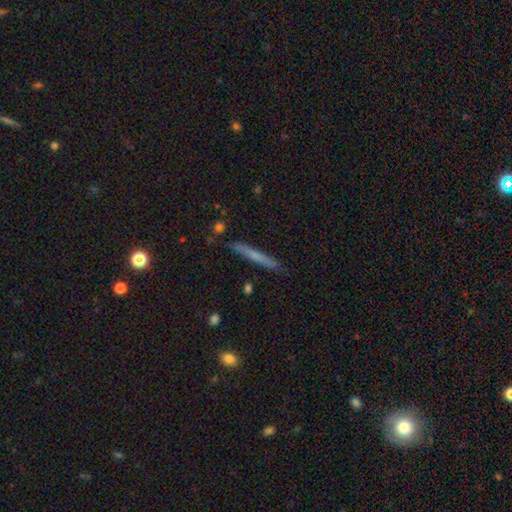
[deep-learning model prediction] The model was most divided on "smooth or featured": smooth: 54%, featured or disk: 38%, star or artifact: 7%. More confident: how rounded — cigar-shaped (95%); merging — none (87%).